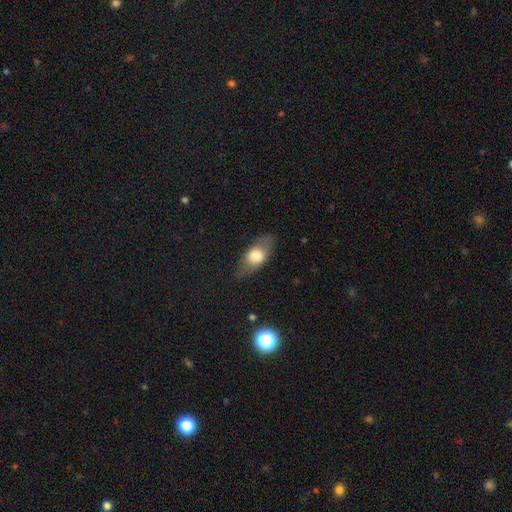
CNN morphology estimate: Q: Smooth or featured?
A: smooth (65%); runner-up: featured or disk (28%)
Q: How rounded?
A: in between (79%); runner-up: cigar-shaped (12%)
Q: Merging?
A: none (77%); runner-up: minor disturbance (16%)